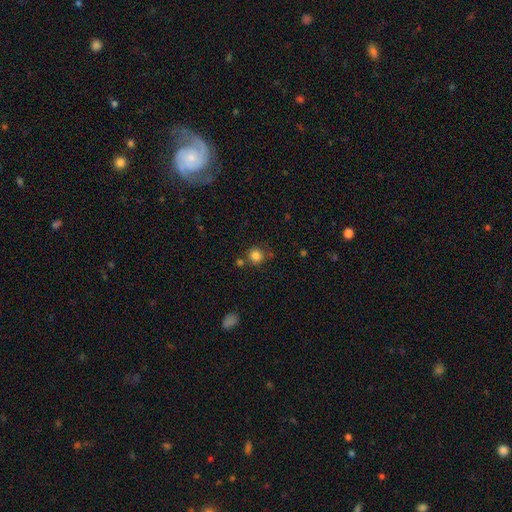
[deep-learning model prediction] A smooth galaxy with no disk features (83%) that is round (92%). Merging: none (72%).